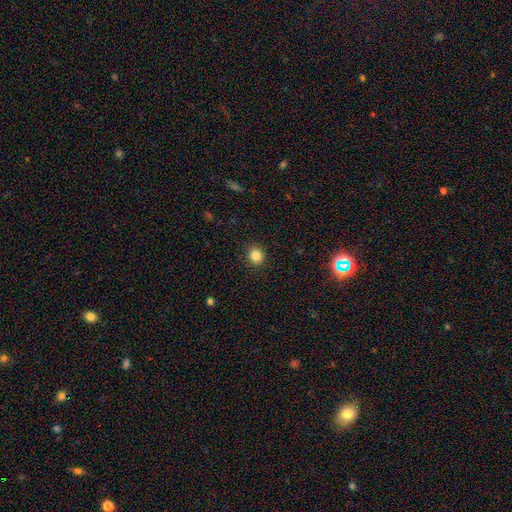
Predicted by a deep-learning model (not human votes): A smooth galaxy with no disk features (84%) that is round (84%). Merging: none (90%).